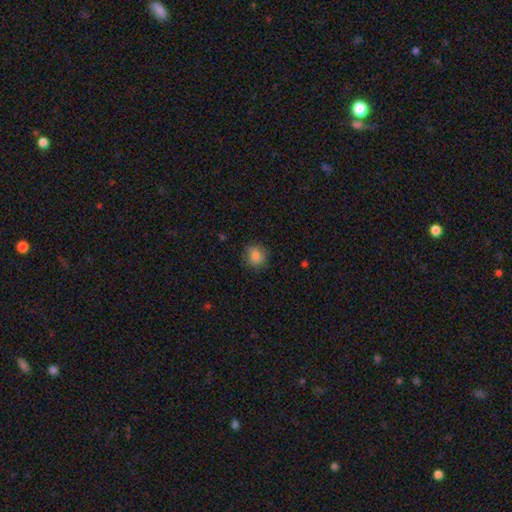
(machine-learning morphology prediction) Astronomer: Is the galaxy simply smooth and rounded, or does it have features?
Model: smooth — 79%.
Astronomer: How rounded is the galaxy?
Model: round — 80%.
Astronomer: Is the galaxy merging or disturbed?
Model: none — 80%.